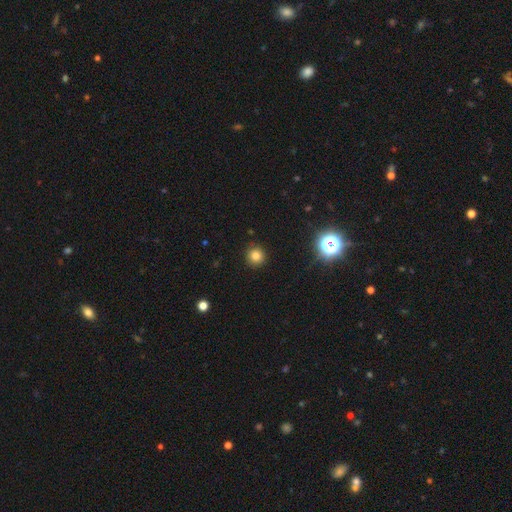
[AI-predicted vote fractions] Overall: smooth (80%). How rounded: round (94%). Merging: none (90%).